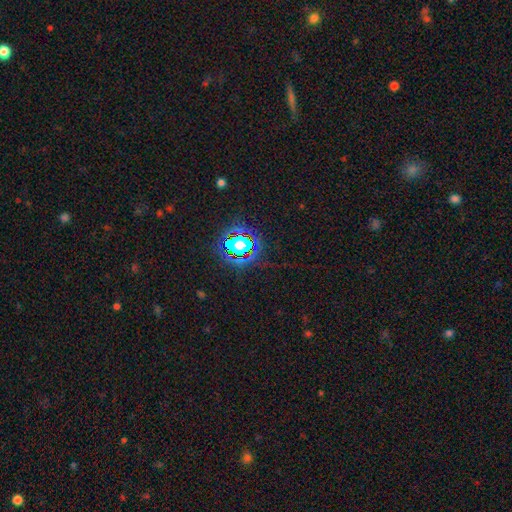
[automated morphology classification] A star or artifact, not a galaxy (79%).